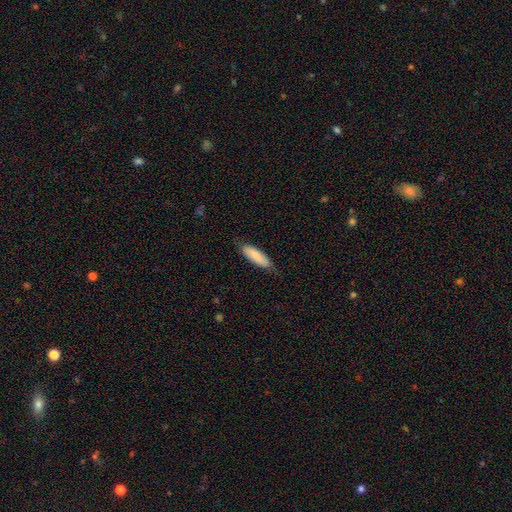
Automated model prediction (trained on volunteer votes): smooth-or-featured: smooth: 86% | featured or disk: 9% | star or artifact: 5%
  how-rounded: cigar-shaped: 52% | in between: 46% | round: 1%
  merging: none: 77% | minor disturbance: 19% | major disturbance: 3% | merger: 1%